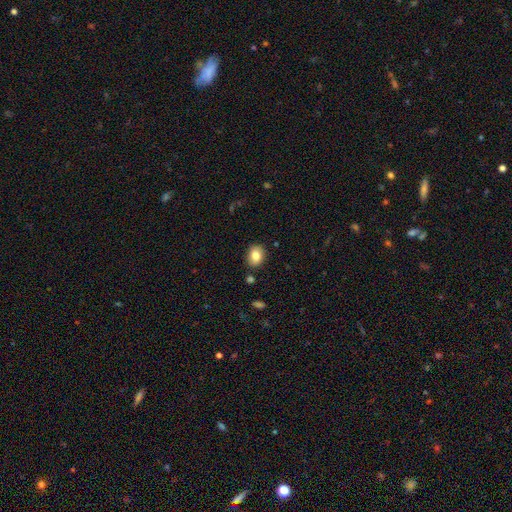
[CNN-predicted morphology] Smooth or featured: smooth — 83% (star or artifact — 9%)
How rounded: round — 53% (in between — 46%)
Merging: none — 85% (minor disturbance — 10%)